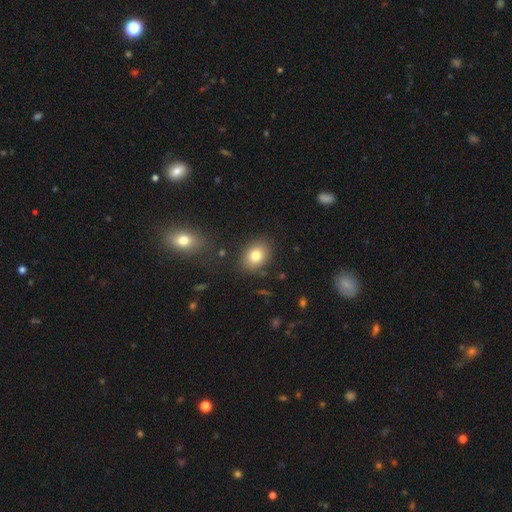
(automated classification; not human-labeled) The model was most divided on "how rounded": in between: 53%, round: 46%, cigar-shaped: 1%. More confident: merging — none (84%); smooth or featured — smooth (79%).